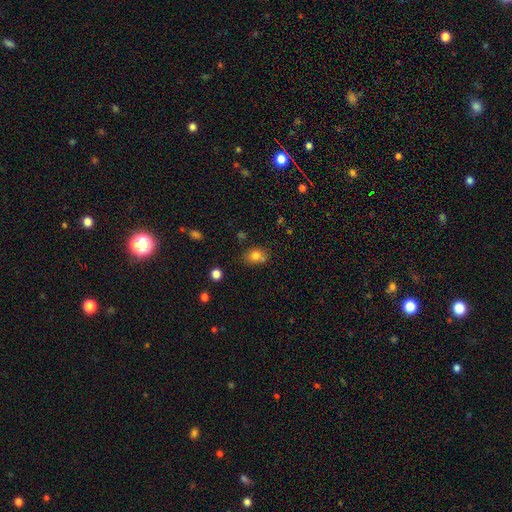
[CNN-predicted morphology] Smooth or featured? smooth (79%)
How rounded? in between (59%)
Merging? none (68%)